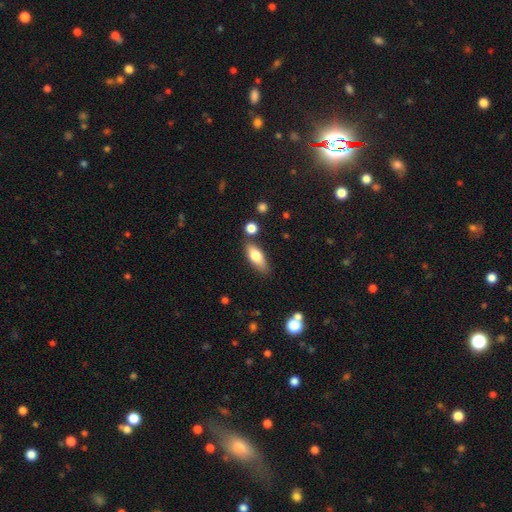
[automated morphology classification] smooth_or_featured: smooth (p=0.70) [alt: featured or disk p=0.23]
how_rounded: in between (p=0.71) [alt: cigar-shaped p=0.26]
merging: none (p=0.78) [alt: minor disturbance p=0.14]